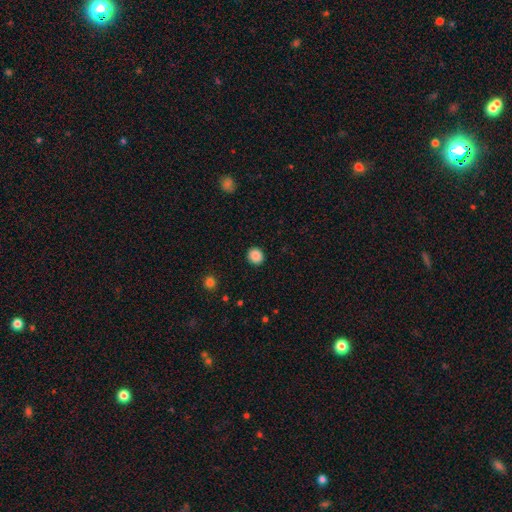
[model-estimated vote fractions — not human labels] This appears to be a smooth galaxy with no disk features (88%) that is round (86%). Merging: none (92%).